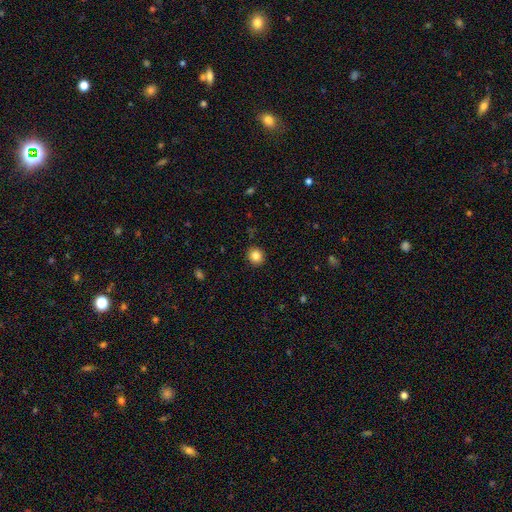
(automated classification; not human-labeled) This appears to be a smooth galaxy with no disk features (83%) that is round (89%). Merging: none (91%).